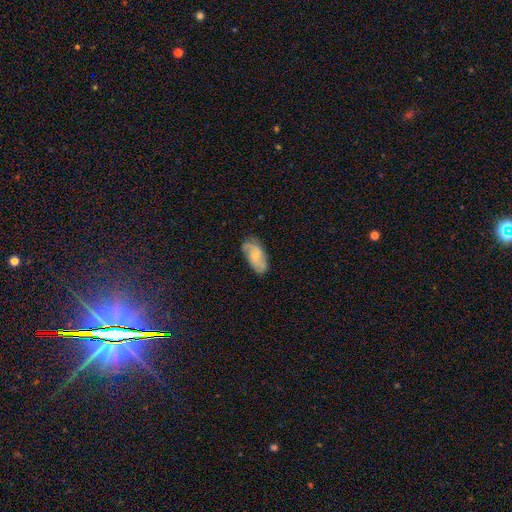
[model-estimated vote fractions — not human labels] featured or disk 57%, smooth 37%, star or artifact 6%. Down the decision tree: edge-on disk — no (95%); bar — no (64%); spiral arms — yes (88%); bulge size — small (54%); merging — none (67%).